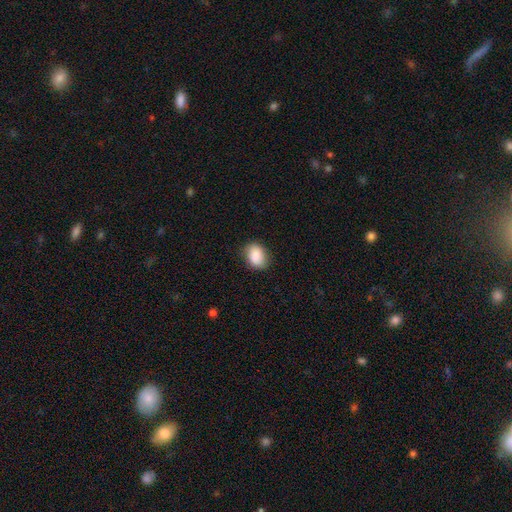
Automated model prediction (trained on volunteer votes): Morphology: type=smooth (87%); roundness=in between (69%); merging=none (83%).